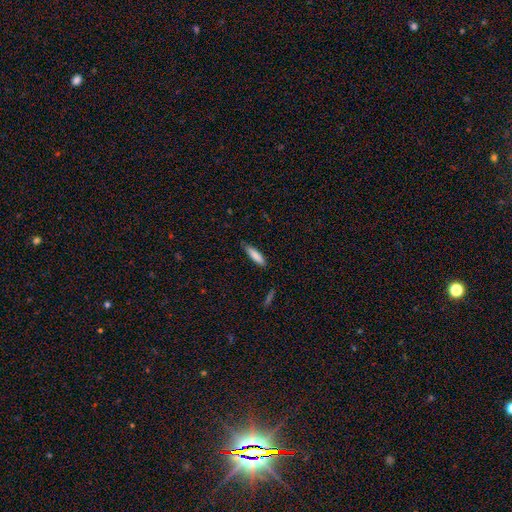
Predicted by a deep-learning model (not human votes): This appears to be a smooth galaxy with no disk features (83%) that is cigar-shaped (72%). Merging: none (81%).